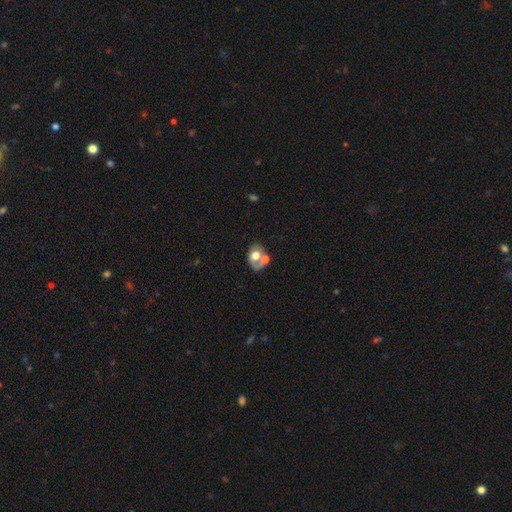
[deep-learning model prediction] Smooth or featured: smooth — 55% (featured or disk — 36%)
How rounded: in between — 74% (round — 25%)
Merging: merger — 41% (none — 37%)